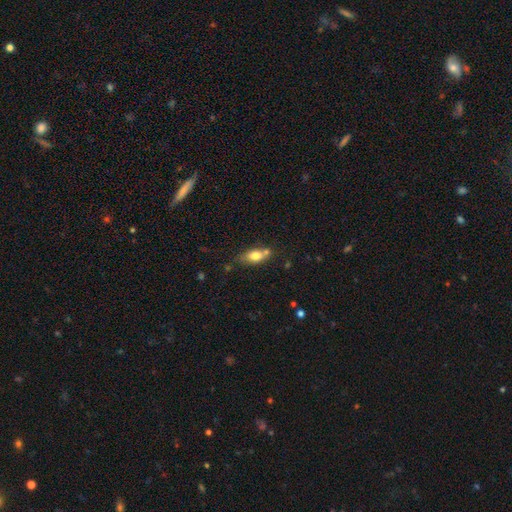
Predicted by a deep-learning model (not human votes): The model was most divided on "merging": none: 56%, minor disturbance: 20%, merger: 19%, major disturbance: 5%. More confident: how rounded — in between (79%); smooth or featured — smooth (73%).